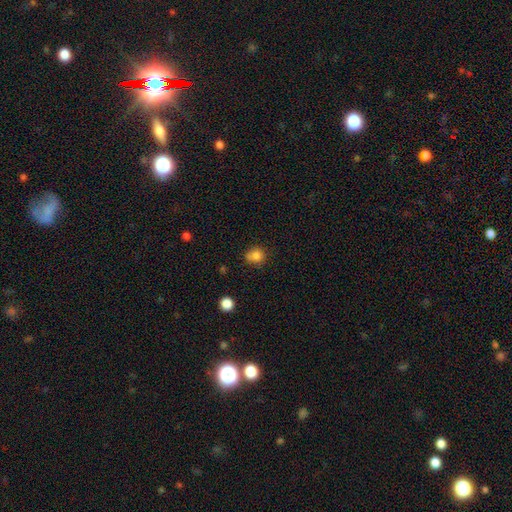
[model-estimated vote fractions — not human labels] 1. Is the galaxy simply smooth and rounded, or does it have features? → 82% smooth, 12% star or artifact, 6% featured or disk.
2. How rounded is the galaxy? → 81% round, 18% in between, 1% cigar-shaped.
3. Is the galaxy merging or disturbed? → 61% none, 22% minor disturbance, 11% merger, 6% major disturbance.